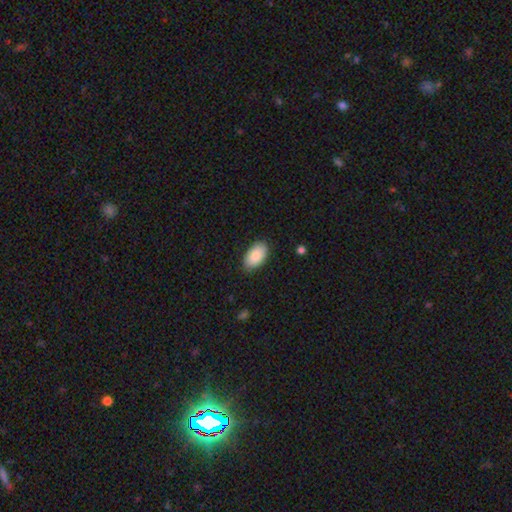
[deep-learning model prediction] The model was most divided on "merging": none: 85%, minor disturbance: 11%, major disturbance: 2%, merger: 1%. More confident: how rounded — in between (95%); smooth or featured — smooth (88%).